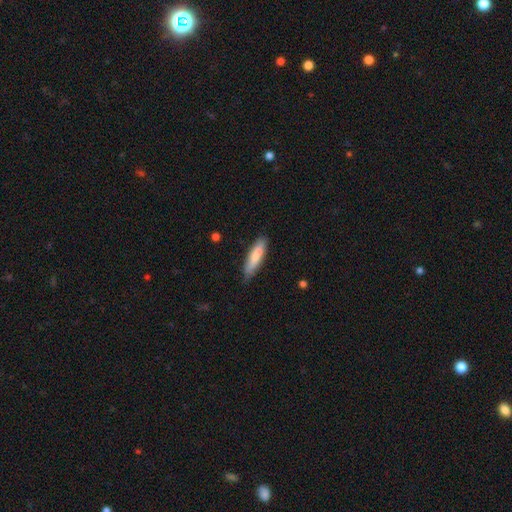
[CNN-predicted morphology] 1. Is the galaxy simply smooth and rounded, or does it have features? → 74% smooth, 21% featured or disk, 6% star or artifact.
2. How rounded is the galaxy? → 71% cigar-shaped, 27% in between, 2% round.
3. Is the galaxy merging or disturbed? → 74% none, 19% minor disturbance, 4% merger, 3% major disturbance.